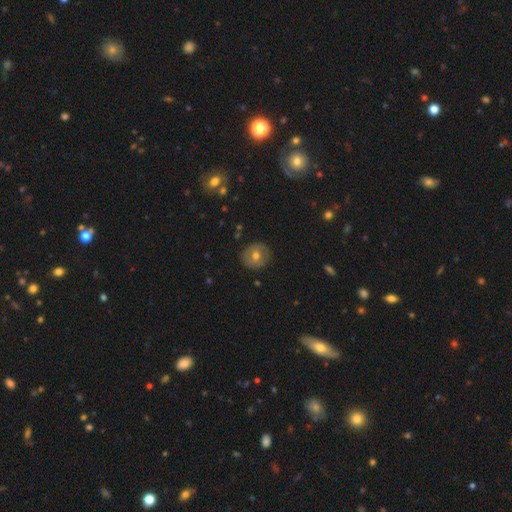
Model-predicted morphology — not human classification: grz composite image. It shows a smooth galaxy with no disk features (58%) that is round (89%). Merging: none (88%).